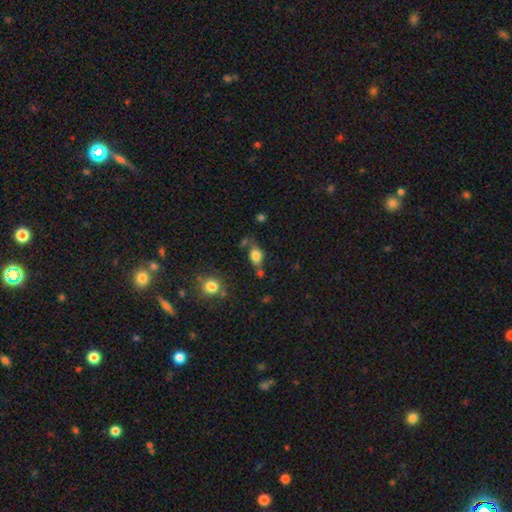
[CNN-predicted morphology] smooth 75%, featured or disk 14%, star or artifact 11%. Down the decision tree: how rounded — in between (72%); merging — none (55%).